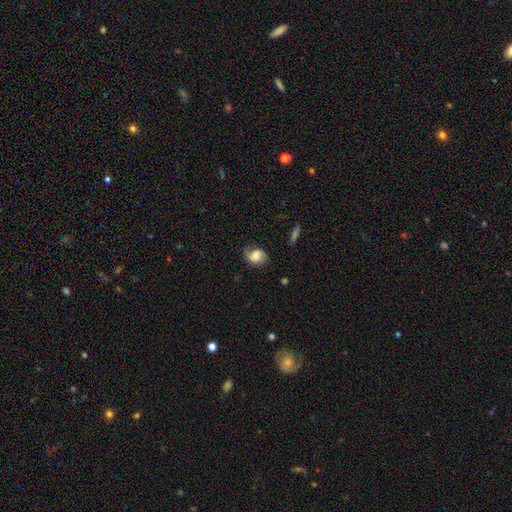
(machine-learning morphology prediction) smooth 48%, featured or disk 43%, star or artifact 10%. Down the decision tree: merging — none (57%).